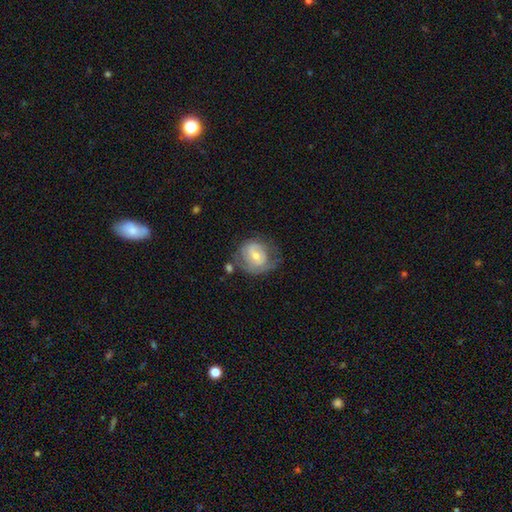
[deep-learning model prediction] smooth_or_featured: featured or disk (p=0.55) [alt: smooth p=0.38]
disk_edge_on: no (p=0.96) [alt: yes p=0.04]
bar: weak (p=0.46) [alt: no p=0.38]
has_spiral_arms: yes (p=0.63) [alt: no p=0.37]
bulge_size: moderate (p=0.51) [alt: small p=0.44]
merging: none (p=0.46) [alt: minor disturbance p=0.28]